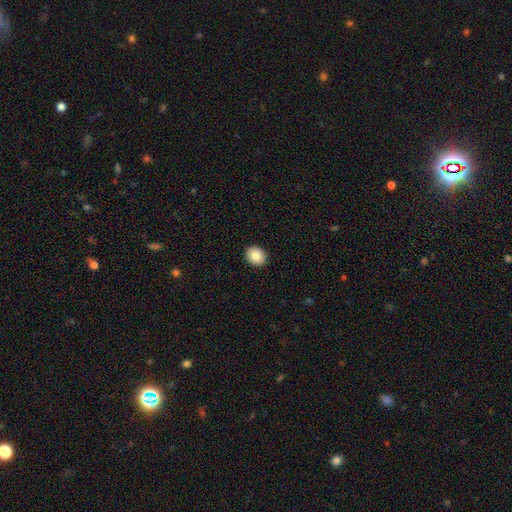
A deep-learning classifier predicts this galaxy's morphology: Q: Smooth or featured?
A: smooth (84%); runner-up: star or artifact (8%)
Q: How rounded?
A: round (59%); runner-up: in between (40%)
Q: Merging?
A: none (92%); runner-up: minor disturbance (5%)